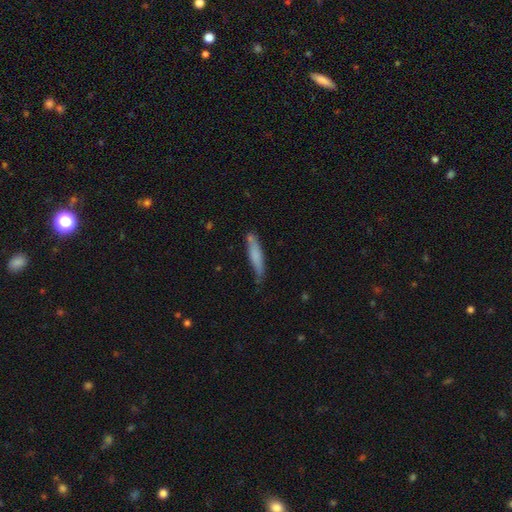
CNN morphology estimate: Overall: smooth (72%). How rounded: cigar-shaped (84%). Merging: none (67%).